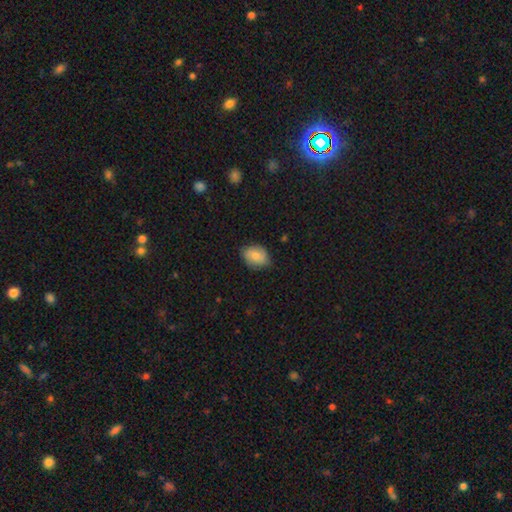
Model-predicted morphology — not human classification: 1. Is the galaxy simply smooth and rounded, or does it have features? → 78% smooth, 15% featured or disk, 7% star or artifact.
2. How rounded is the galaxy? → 67% in between, 32% round, 1% cigar-shaped.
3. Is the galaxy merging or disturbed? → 76% none, 20% minor disturbance, 3% major disturbance, 1% merger.